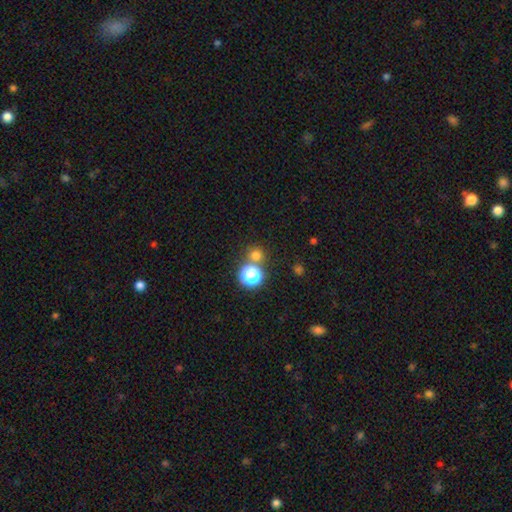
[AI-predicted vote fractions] smooth-or-featured: smooth: 69% | star or artifact: 25% | featured or disk: 6%
  how-rounded: round: 91% | in between: 7% | cigar-shaped: 1%
  merging: none: 74% | merger: 16% | minor disturbance: 7% | major disturbance: 3%